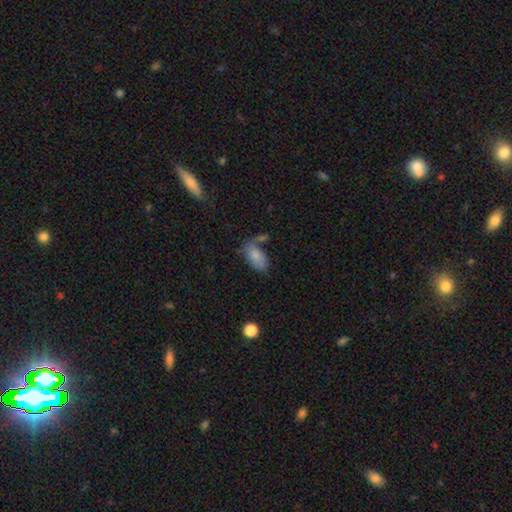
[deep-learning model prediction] Q: Smooth or featured?
A: smooth (80%); runner-up: featured or disk (12%)
Q: How rounded?
A: in between (93%); runner-up: round (4%)
Q: Merging?
A: none (48%); runner-up: minor disturbance (24%)